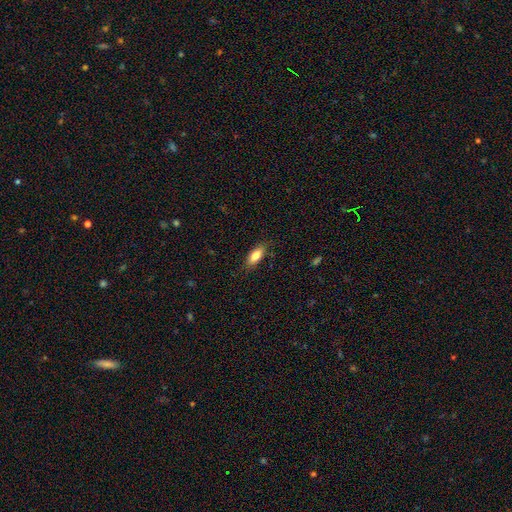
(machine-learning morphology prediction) Smooth or featured? smooth (80%)
How rounded? in between (77%)
Merging? none (84%)